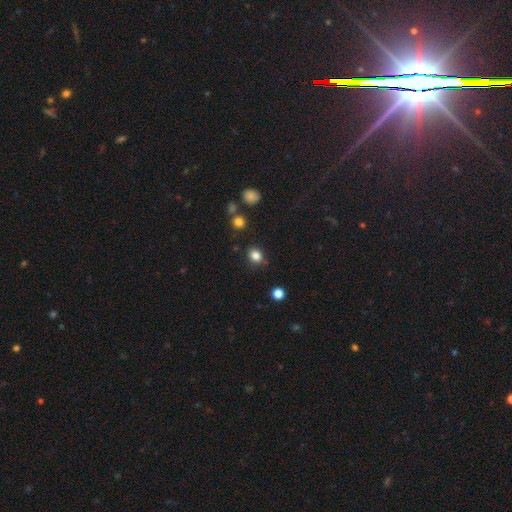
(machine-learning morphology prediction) Smooth or featured? Predicted: smooth (p=0.83). How rounded? Predicted: round (p=0.63). Merging? Predicted: none (p=0.81).